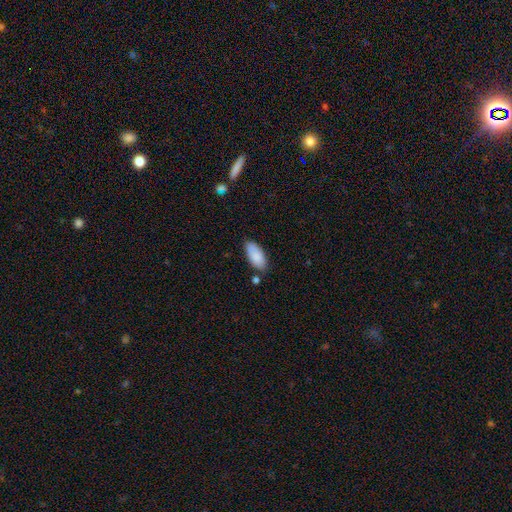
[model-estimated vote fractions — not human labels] The model was most divided on "merging": none: 75%, minor disturbance: 17%, merger: 5%, major disturbance: 3%. More confident: how rounded — in between (90%); smooth or featured — smooth (87%).